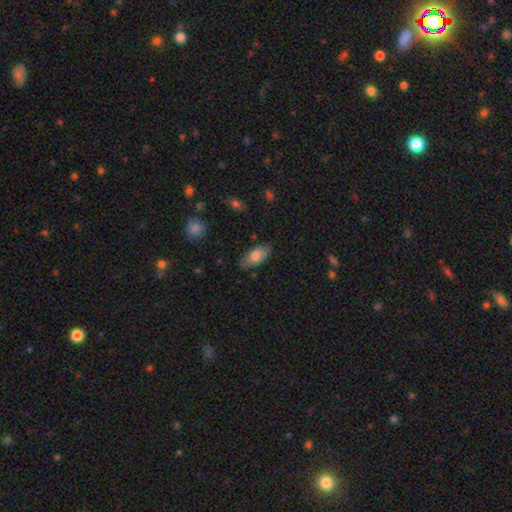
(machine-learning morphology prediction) type=smooth (76%); roundness=in between (90%); merging=none (82%).